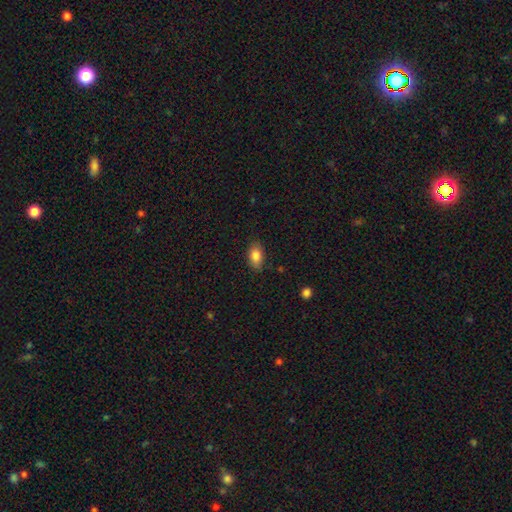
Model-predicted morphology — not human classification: Smooth or featured? Predicted: smooth (p=0.84). How rounded? Predicted: in between (p=0.88). Merging? Predicted: none (p=0.81).